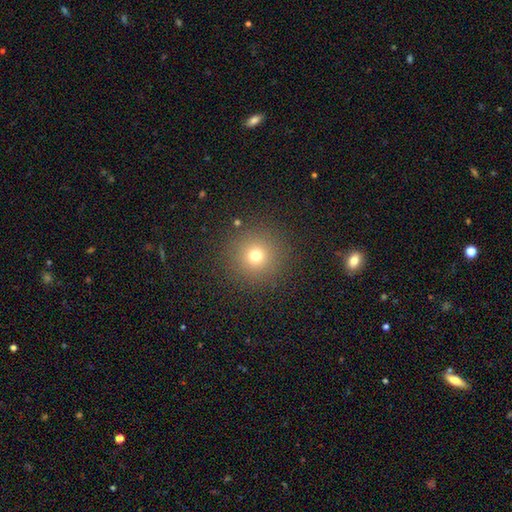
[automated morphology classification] This appears to be a smooth galaxy with no disk features (72%) that is round (96%). Merging: none (90%).